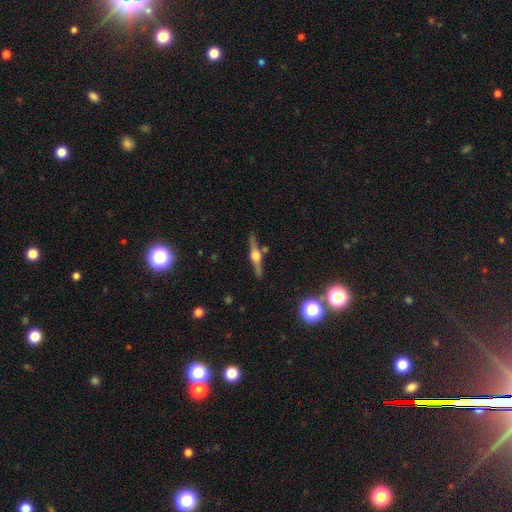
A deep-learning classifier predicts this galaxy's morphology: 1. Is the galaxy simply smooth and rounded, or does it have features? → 80% featured or disk, 14% smooth, 7% star or artifact.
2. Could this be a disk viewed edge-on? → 98% yes, 2% no.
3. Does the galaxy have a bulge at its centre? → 93% rounded, 6% boxy, 2% none.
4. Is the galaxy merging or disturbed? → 86% none, 8% minor disturbance, 3% merger, 2% major disturbance.